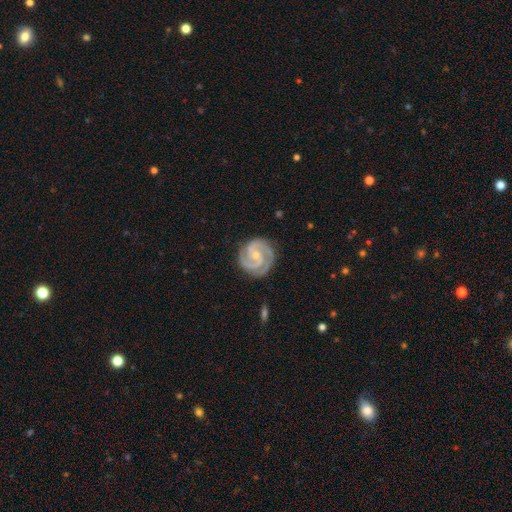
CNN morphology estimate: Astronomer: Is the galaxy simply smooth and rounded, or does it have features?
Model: featured or disk — 92%.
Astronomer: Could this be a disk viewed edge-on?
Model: no — 98%.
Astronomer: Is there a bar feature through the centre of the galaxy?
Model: no — 59%.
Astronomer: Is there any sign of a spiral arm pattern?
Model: yes — 99%.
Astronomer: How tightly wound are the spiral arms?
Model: tight — 67%.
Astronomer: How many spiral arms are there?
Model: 2 — 75%.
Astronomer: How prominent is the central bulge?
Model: small — 68%.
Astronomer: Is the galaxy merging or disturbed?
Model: none — 83%.